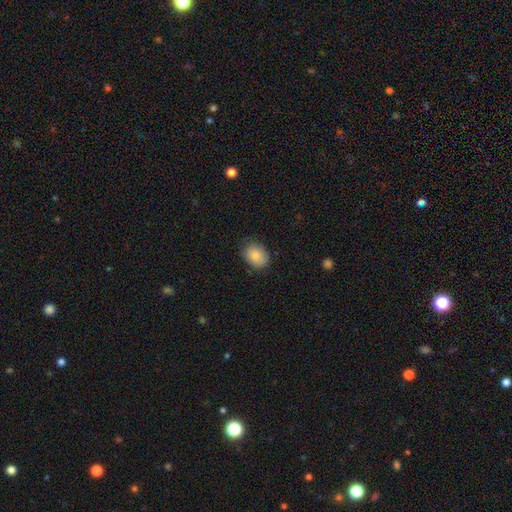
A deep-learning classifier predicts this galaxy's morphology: The model was most divided on "how rounded": in between: 64%, round: 35%, cigar-shaped: 1%. More confident: smooth or featured — smooth (84%); merging — none (77%).